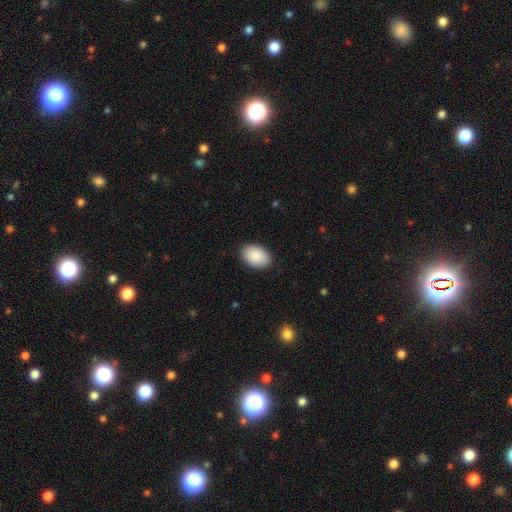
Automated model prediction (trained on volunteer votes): Smooth or featured: smooth — 90% (star or artifact — 6%)
How rounded: in between — 86% (round — 13%)
Merging: none — 89% (minor disturbance — 8%)